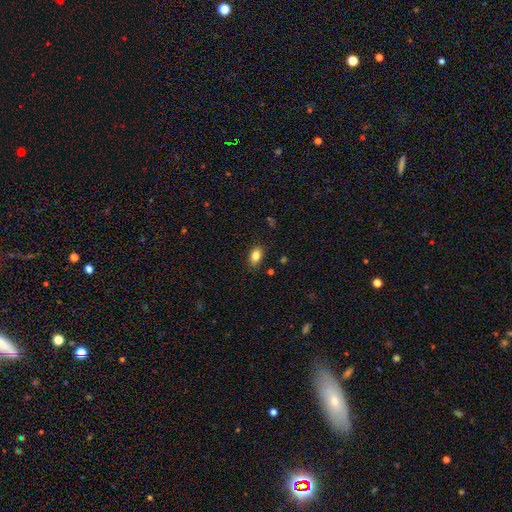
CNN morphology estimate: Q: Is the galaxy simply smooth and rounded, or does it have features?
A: smooth — 83%.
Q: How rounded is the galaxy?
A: in between — 85%.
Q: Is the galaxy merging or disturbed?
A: none — 84%.